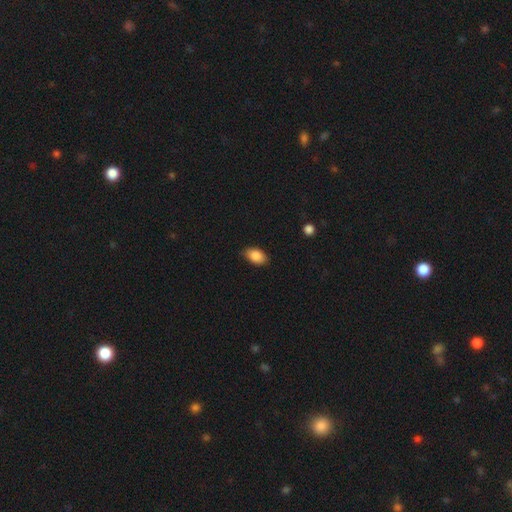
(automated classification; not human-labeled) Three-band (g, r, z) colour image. It shows a smooth galaxy with no disk features (87%) that is in between round and cigar-shaped (89%). Merging: none (78%).